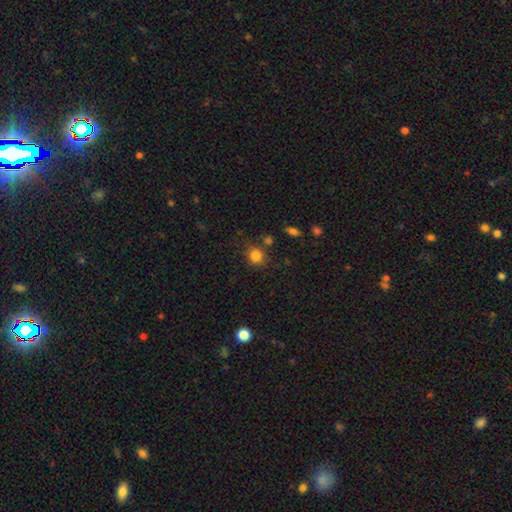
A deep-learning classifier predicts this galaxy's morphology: smooth_or_featured: smooth (p=0.83) [alt: star or artifact p=0.11]
how_rounded: round (p=0.80) [alt: in between p=0.19]
merging: none (p=0.75) [alt: minor disturbance p=0.14]